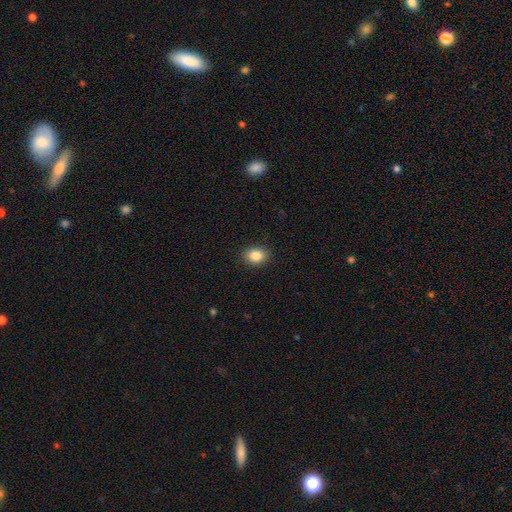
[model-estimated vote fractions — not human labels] smooth_or_featured: smooth (p=0.86) [alt: star or artifact p=0.09]
how_rounded: in between (p=0.60) [alt: round p=0.39]
merging: none (p=0.89) [alt: minor disturbance p=0.08]